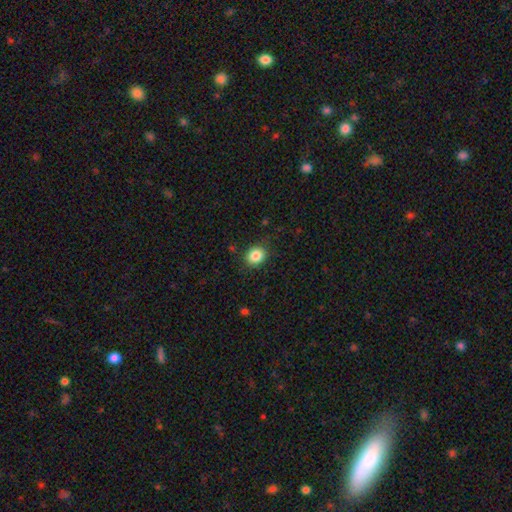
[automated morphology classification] Smooth or featured? Predicted: smooth (p=0.85). How rounded? Predicted: round (p=0.61). Merging? Predicted: none (p=0.83).